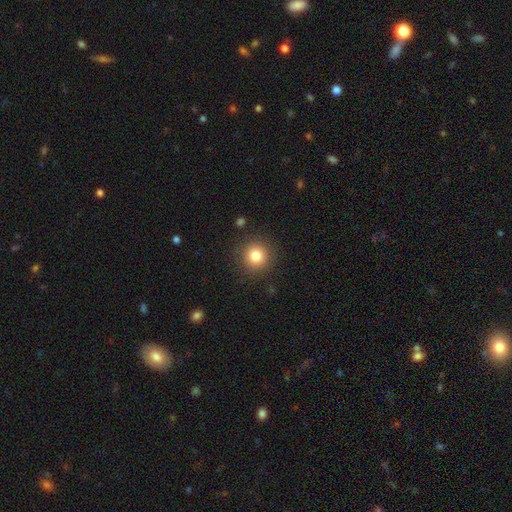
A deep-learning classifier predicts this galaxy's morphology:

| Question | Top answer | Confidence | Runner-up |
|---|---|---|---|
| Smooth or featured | smooth | 82% | star or artifact (11%) |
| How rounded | round | 94% | in between (5%) |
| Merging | none | 88% | minor disturbance (7%) |